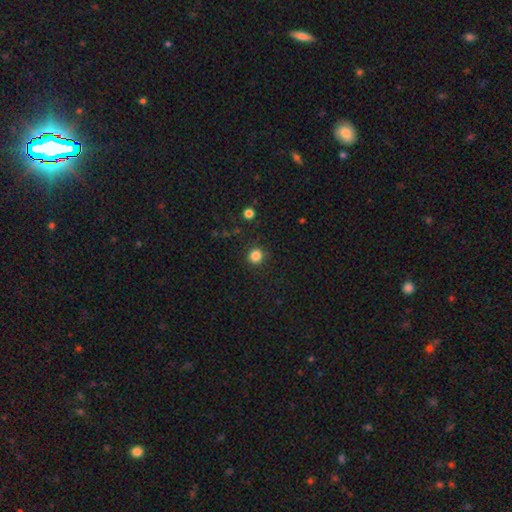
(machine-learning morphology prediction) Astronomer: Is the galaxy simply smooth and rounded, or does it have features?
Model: smooth — 84%.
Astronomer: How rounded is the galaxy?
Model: round — 89%.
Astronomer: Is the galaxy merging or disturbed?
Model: none — 88%.